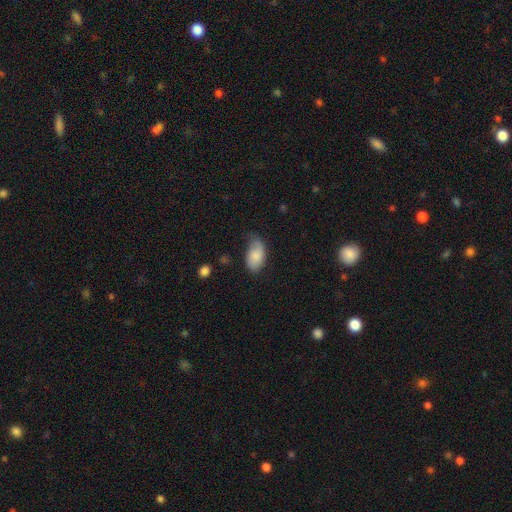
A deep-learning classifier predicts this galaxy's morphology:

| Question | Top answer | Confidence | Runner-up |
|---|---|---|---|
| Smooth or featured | smooth | 81% | featured or disk (13%) |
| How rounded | in between | 94% | round (5%) |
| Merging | none | 46% | minor disturbance (40%) |